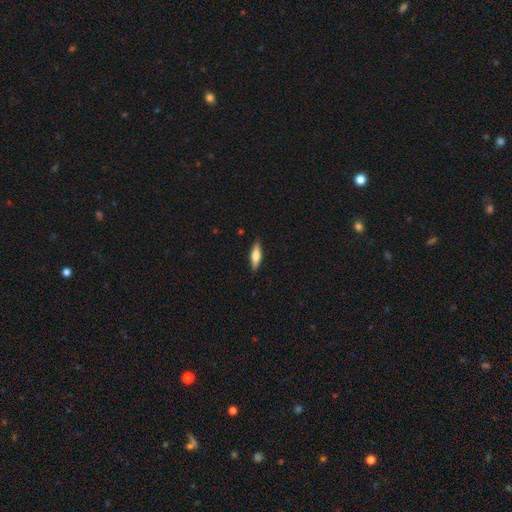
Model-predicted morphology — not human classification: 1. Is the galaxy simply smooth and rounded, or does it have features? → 61% smooth, 33% featured or disk, 6% star or artifact.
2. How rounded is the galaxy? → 57% cigar-shaped, 40% in between, 2% round.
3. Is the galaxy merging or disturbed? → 88% none, 9% minor disturbance, 2% major disturbance, 1% merger.